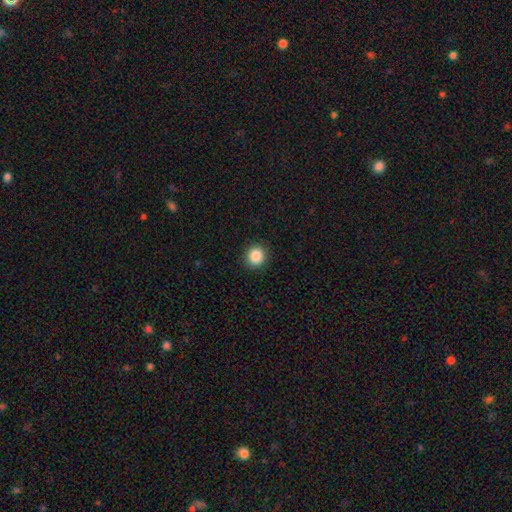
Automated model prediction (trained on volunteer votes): smooth_or_featured: smooth (p=0.87) [alt: star or artifact p=0.10]
how_rounded: round (p=0.91) [alt: in between p=0.08]
merging: none (p=0.92) [alt: minor disturbance p=0.05]